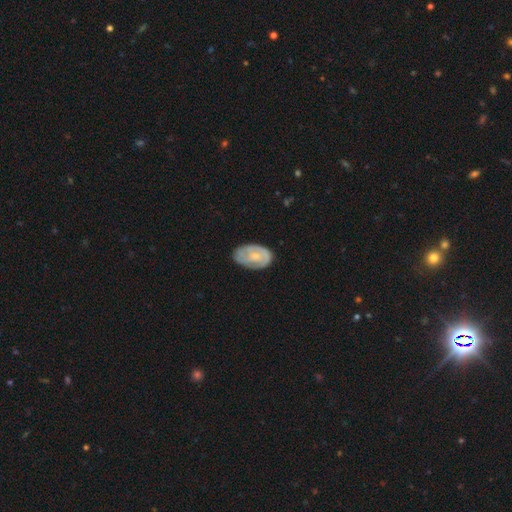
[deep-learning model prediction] Q: Smooth or featured?
A: featured or disk (56%); runner-up: smooth (38%)
Q: Edge-on disk?
A: no (96%); runner-up: yes (4%)
Q: Bar?
A: no (76%); runner-up: weak (21%)
Q: Spiral arms?
A: yes (73%); runner-up: no (27%)
Q: Bulge size?
A: small (46%); runner-up: moderate (40%)
Q: Merging?
A: none (72%); runner-up: minor disturbance (21%)